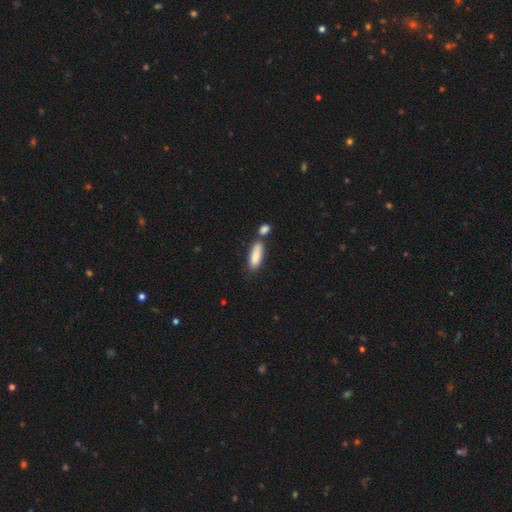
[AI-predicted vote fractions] smooth-or-featured: smooth: 86% | featured or disk: 8% | star or artifact: 6%
  how-rounded: in between: 58% | cigar-shaped: 40% | round: 2%
  merging: none: 57% | merger: 25% | minor disturbance: 14% | major disturbance: 4%